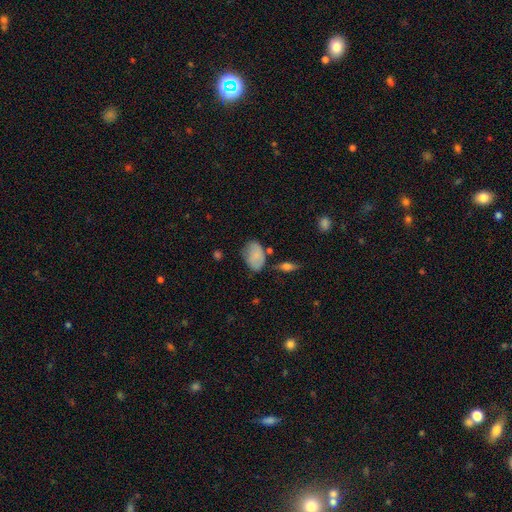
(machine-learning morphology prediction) Smooth or featured? Predicted: smooth (p=0.78). How rounded? Predicted: in between (p=0.86). Merging? Predicted: none (p=0.56).